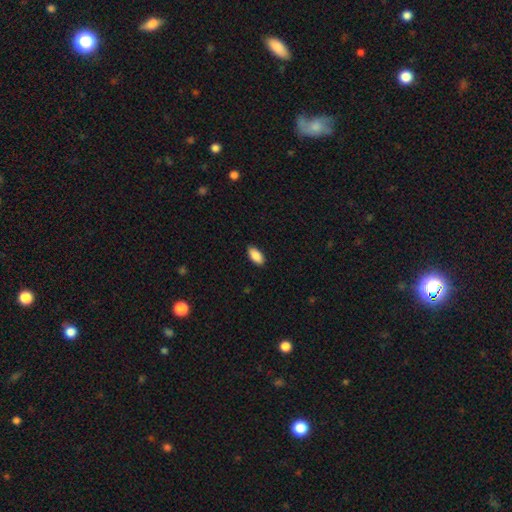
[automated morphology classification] Q: Smooth or featured?
A: smooth (89%); runner-up: star or artifact (6%)
Q: How rounded?
A: in between (92%); runner-up: cigar-shaped (6%)
Q: Merging?
A: none (88%); runner-up: minor disturbance (9%)